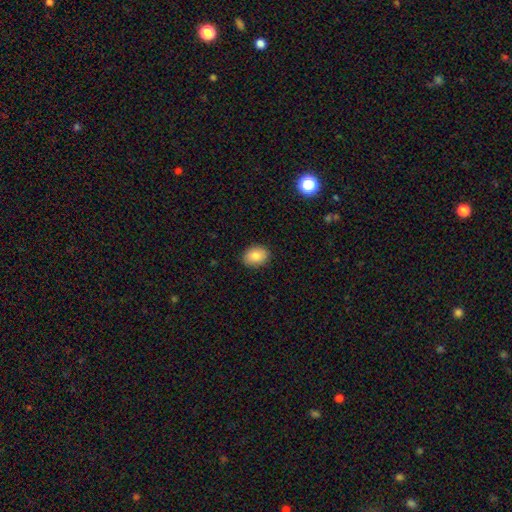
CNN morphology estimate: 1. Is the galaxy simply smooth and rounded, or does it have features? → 83% smooth, 9% featured or disk, 8% star or artifact.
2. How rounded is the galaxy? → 62% in between, 37% round, 1% cigar-shaped.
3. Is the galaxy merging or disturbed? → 89% none, 8% minor disturbance, 2% major disturbance, 1% merger.